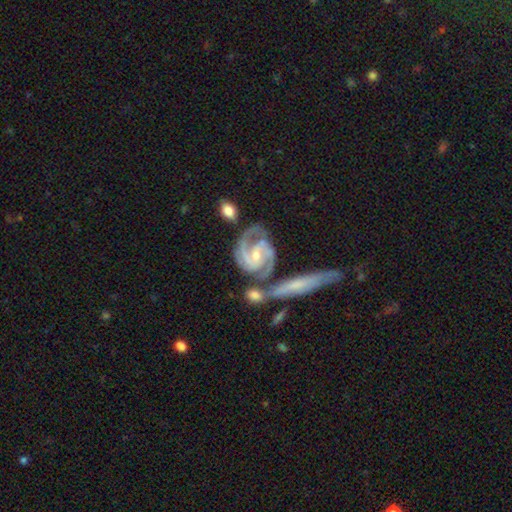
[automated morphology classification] Overall: featured or disk (91%). Edge-on disk: no (97%). Bar: no (46%; weak 38%). Spiral arms: yes (98%). Spiral arm count: 2 (59%; 3 24%). Spiral winding: tight (49%; medium 44%). Bulge size: small (64%; moderate 31%). Merging: none (53%; merger 20%).